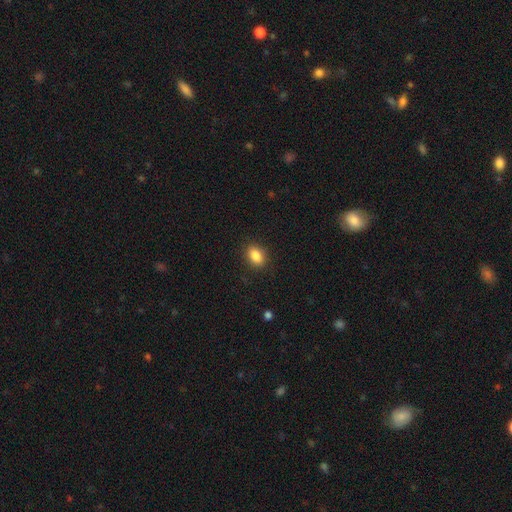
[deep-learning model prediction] This is clearly a smooth galaxy (87%). How rounded: clearly in between (80%). Merging: clearly none (88%).